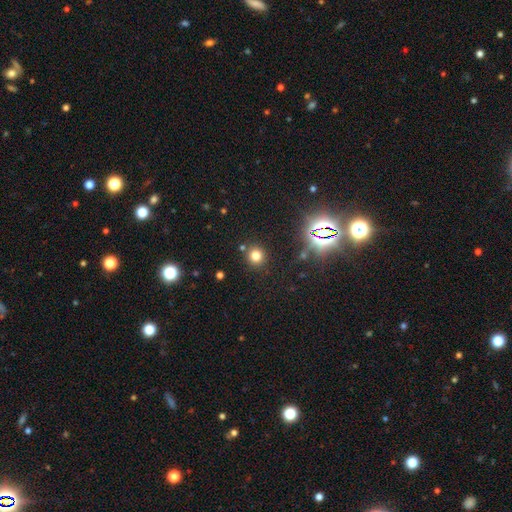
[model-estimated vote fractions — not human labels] Q: Smooth or featured?
A: smooth (72%); runner-up: star or artifact (21%)
Q: How rounded?
A: round (90%); runner-up: in between (9%)
Q: Merging?
A: none (85%); runner-up: minor disturbance (7%)